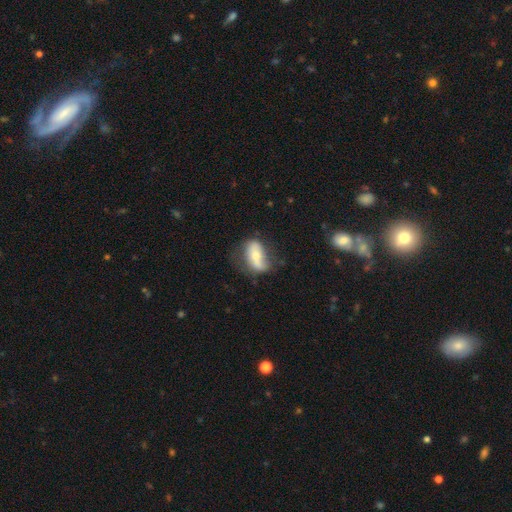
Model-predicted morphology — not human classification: A featured or disk galaxy (47%). Merging: none (52%).